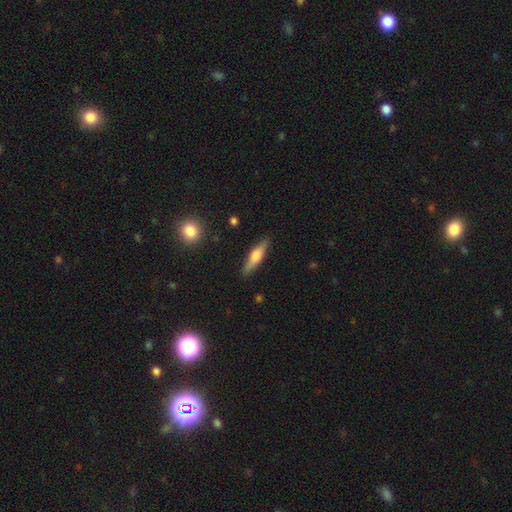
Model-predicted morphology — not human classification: Smooth or featured?
  - featured or disk: 48% *
  - smooth: 46%
  - star or artifact: 6%
Merging?
  - none: 88% *
  - minor disturbance: 9%
  - major disturbance: 2%
  - merger: 1%